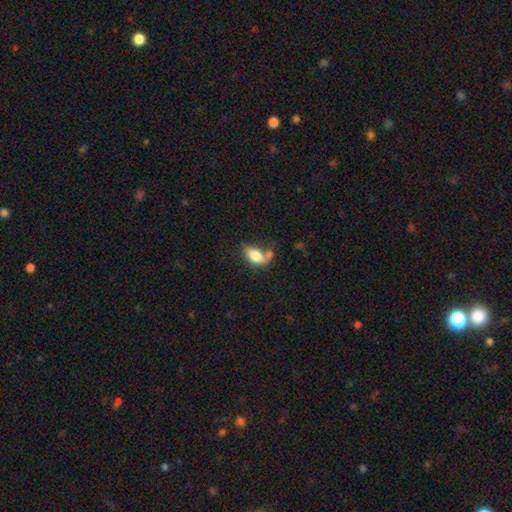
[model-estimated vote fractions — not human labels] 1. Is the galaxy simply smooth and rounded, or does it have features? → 72% smooth, 20% featured or disk, 8% star or artifact.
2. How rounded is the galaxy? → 84% in between, 8% round, 8% cigar-shaped.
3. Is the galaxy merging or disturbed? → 40% none, 25% minor disturbance, 22% merger, 13% major disturbance.